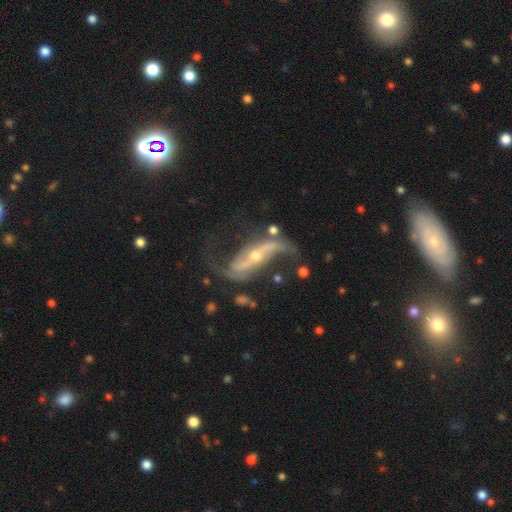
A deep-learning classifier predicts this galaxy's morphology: Smooth or featured?
  - featured or disk: 88% *
  - smooth: 6%
  - star or artifact: 6%
Edge-on disk?
  - no: 87% *
  - yes: 13%
Bar?
  - strong: 50% *
  - no: 26%
  - weak: 24%
Spiral arms?
  - yes: 94% *
  - no: 6%
Spiral winding?
  - loose: 81% *
  - medium: 14%
  - tight: 5%
Spiral arm count?
  - 2: 91% *
  - 1: 3%
  - can't tell: 3%
  - 3: 1%
  - 4: 1%
  - more than 4: 1%
Bulge size?
  - small: 56% *
  - moderate: 39%
  - large: 2%
  - none: 2%
  - dominant: 1%
Merging?
  - none: 53% *
  - major disturbance: 20%
  - minor disturbance: 19%
  - merger: 8%